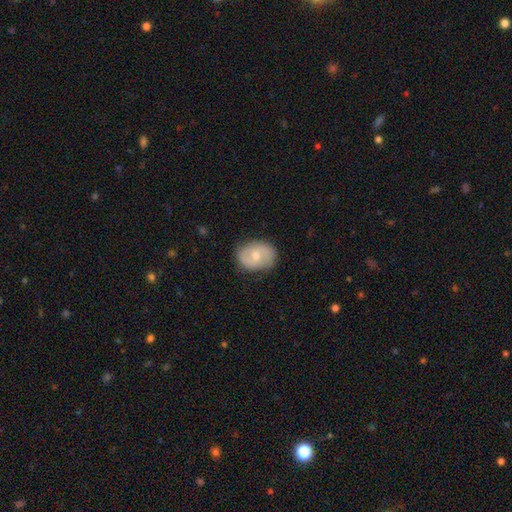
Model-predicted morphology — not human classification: Smooth or featured: featured or disk — 55% (smooth — 38%)
Edge-on disk: no — 97% (yes — 3%)
Bar: weak — 46% (no — 45%)
Spiral arms: yes — 83% (no — 17%)
Bulge size: moderate — 52% (small — 42%)
Merging: none — 80% (minor disturbance — 15%)